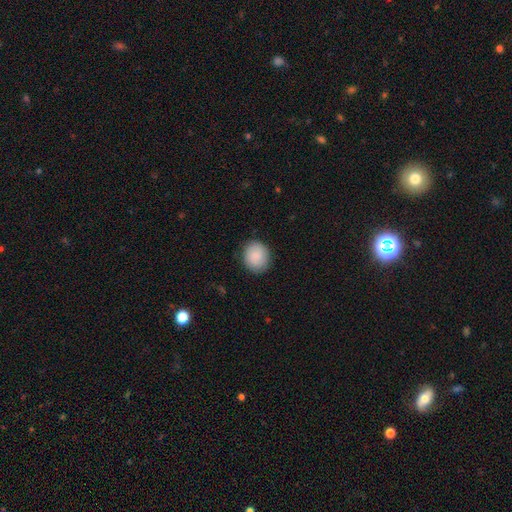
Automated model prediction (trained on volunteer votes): Overall: smooth (85%). How rounded: round (74%). Merging: none (87%).